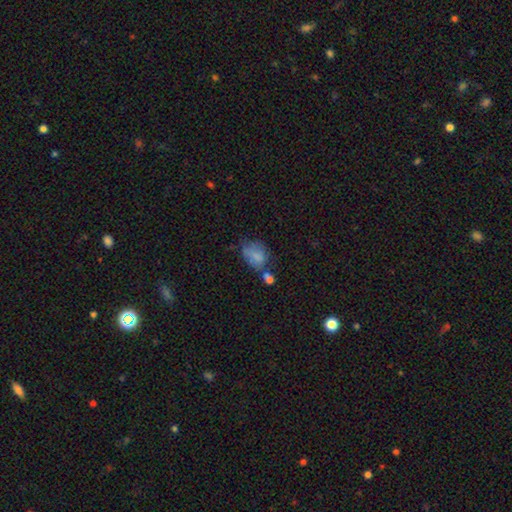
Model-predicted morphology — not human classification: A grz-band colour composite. It shows a smooth galaxy with no disk features (72%) that is in between round and cigar-shaped (68%). Merging: none (34%).